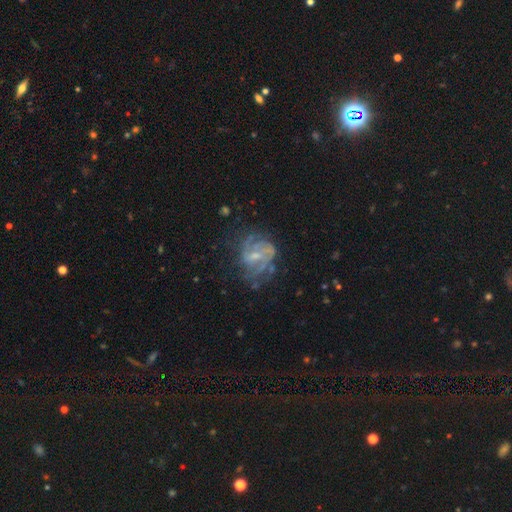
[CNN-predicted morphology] type=featured or disk (80%); edge-on=no (98%); bar=weak (54%); spiral arms=yes (87%); winding=medium (42%, tied with tight); arm count=can't tell (34%); bulge=small (50%); merging=none (57%).